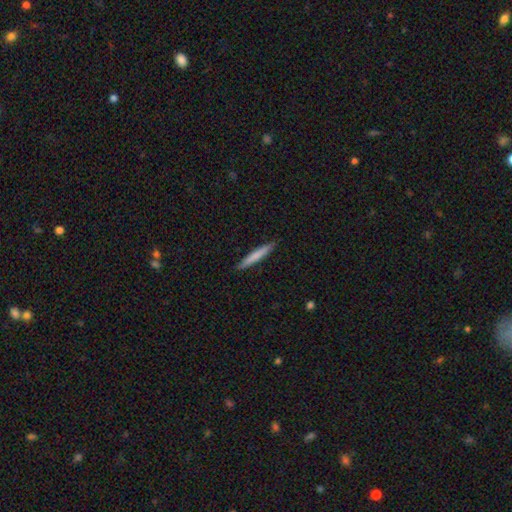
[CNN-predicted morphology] Overall: smooth (74%). How rounded: cigar-shaped (95%). Merging: none (90%).